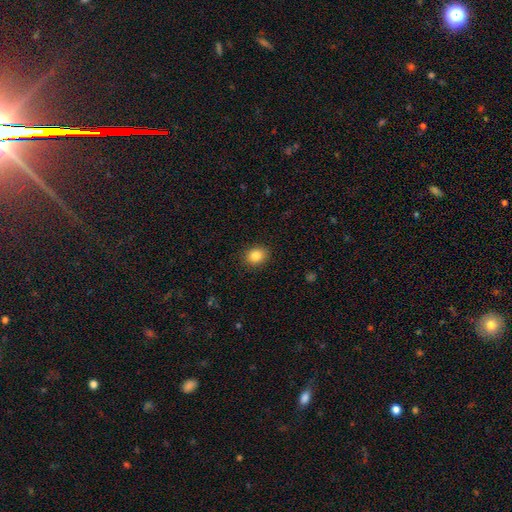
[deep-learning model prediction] The model was most divided on "how rounded": round: 56%, in between: 43%, cigar-shaped: 1%. More confident: merging — none (90%); smooth or featured — smooth (85%).